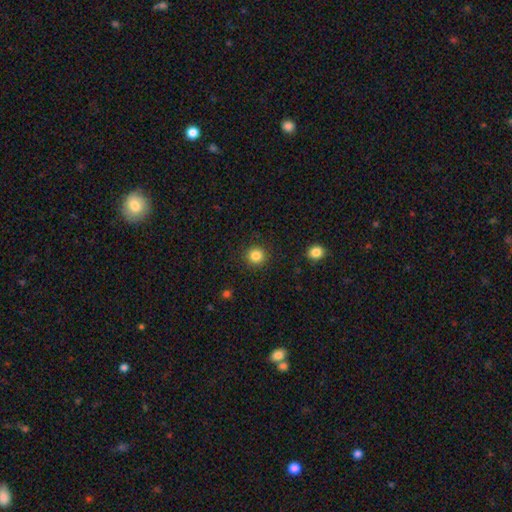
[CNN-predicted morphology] The model was most divided on "smooth or featured": smooth: 84%, star or artifact: 11%, featured or disk: 4%. More confident: how rounded — round (94%); merging — none (91%).